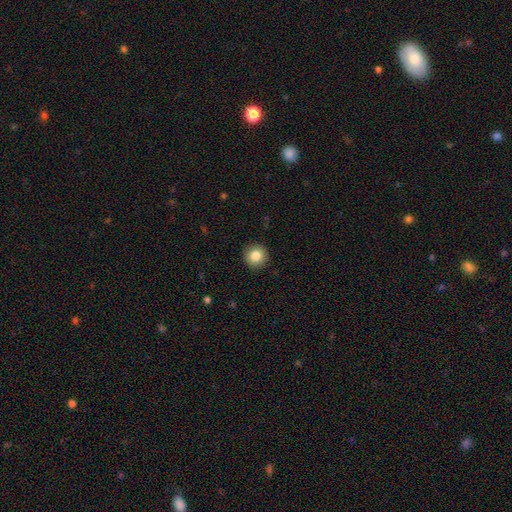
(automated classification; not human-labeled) A smooth galaxy with no disk features (84%) that is round (95%). Merging: none (92%).